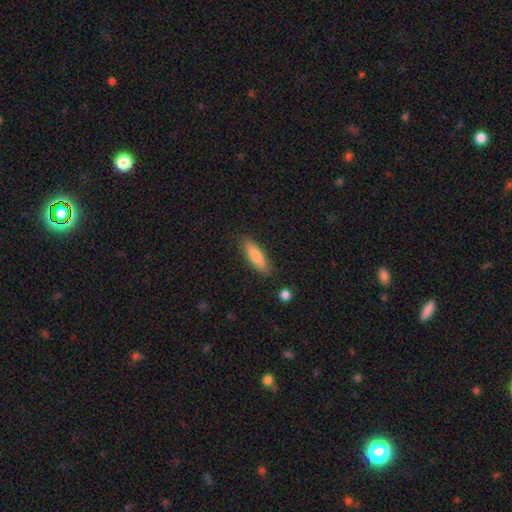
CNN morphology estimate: Overall: smooth (80%). How rounded: cigar-shaped (60%; in between 38%). Merging: none (87%).